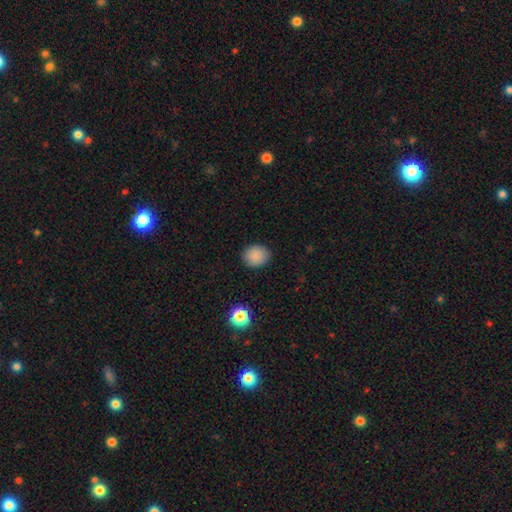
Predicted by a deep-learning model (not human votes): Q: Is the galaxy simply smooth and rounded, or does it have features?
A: smooth — 87%.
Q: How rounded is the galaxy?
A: round — 75%.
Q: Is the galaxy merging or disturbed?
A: none — 88%.